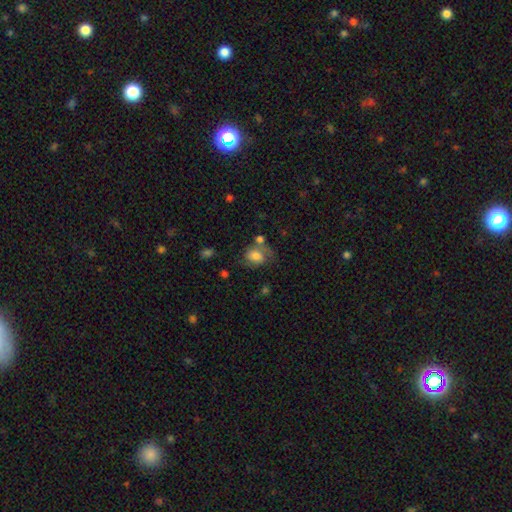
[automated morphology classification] A smooth galaxy with no disk features (60%) that is in between round and cigar-shaped (56%).

Vote fractions:
- Smooth or featured? smooth: 60% / featured or disk: 30% / star or artifact: 10%
- How rounded? in between: 56% / round: 42% / cigar-shaped: 1%
- Merging? none: 46% / minor disturbance: 24% / major disturbance: 16% / merger: 14%